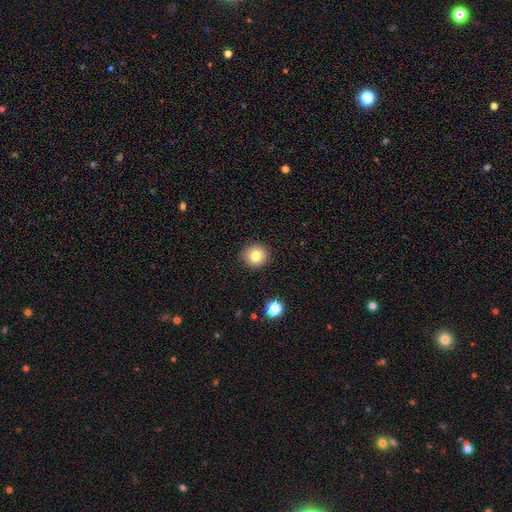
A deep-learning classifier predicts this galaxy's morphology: smooth-or-featured: smooth: 81% | star or artifact: 11% | featured or disk: 9%
  how-rounded: round: 91% | in between: 8% | cigar-shaped: 1%
  merging: none: 91% | minor disturbance: 6% | major disturbance: 2% | merger: 1%